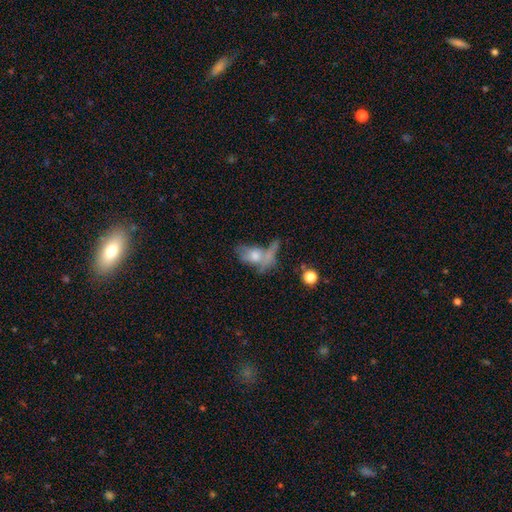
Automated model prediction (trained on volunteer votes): smooth_or_featured: smooth (p=0.49) [alt: featured or disk p=0.37]
merging: merger (p=0.35) [alt: none p=0.25]